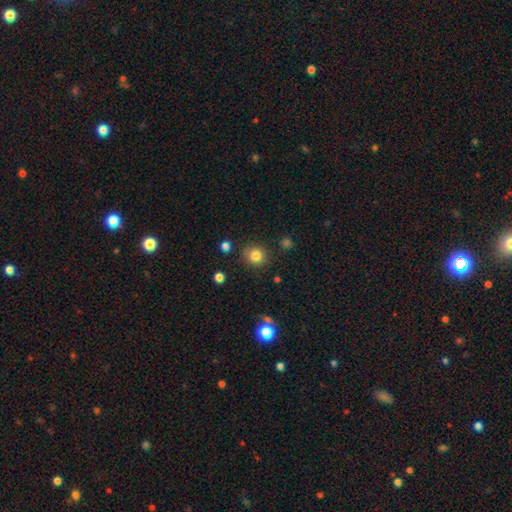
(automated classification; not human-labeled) Smooth or featured? Predicted: smooth (p=0.83). How rounded? Predicted: round (p=0.90). Merging? Predicted: none (p=0.84).